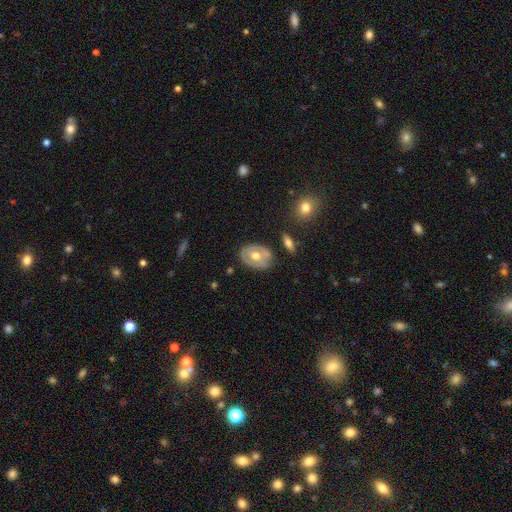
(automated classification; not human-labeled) This appears to be a featured or disk galaxy (55%) with no bar (78%), no spiral arms (76%) and a moderate central bulge (78%). Merging: none (72%).